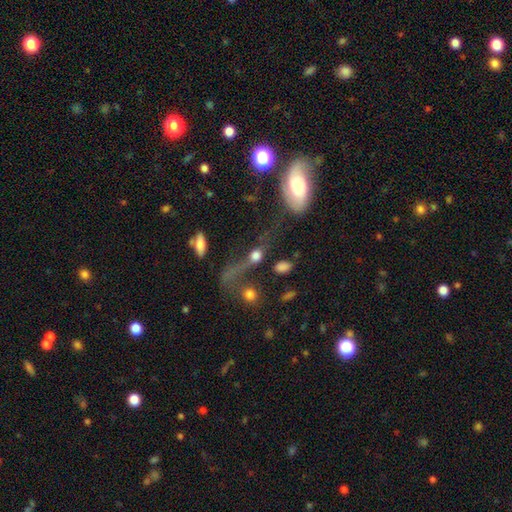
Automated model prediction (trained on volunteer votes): Smooth or featured? Predicted: smooth (p=0.53). How rounded? Predicted: in between (p=0.45). Merging? Predicted: major disturbance (p=0.39).